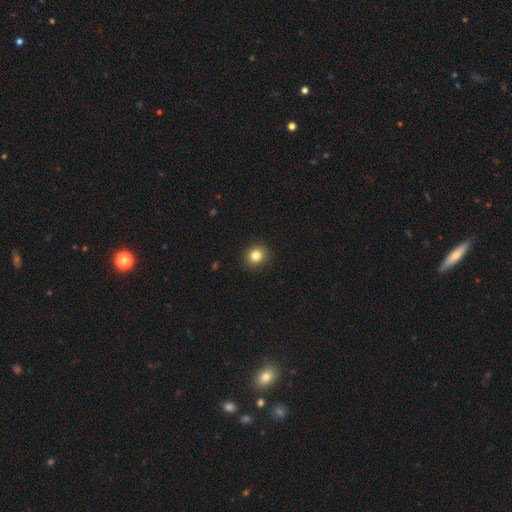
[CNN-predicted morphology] Q: Smooth or featured?
A: smooth (83%); runner-up: star or artifact (11%)
Q: How rounded?
A: round (85%); runner-up: in between (14%)
Q: Merging?
A: none (91%); runner-up: minor disturbance (6%)